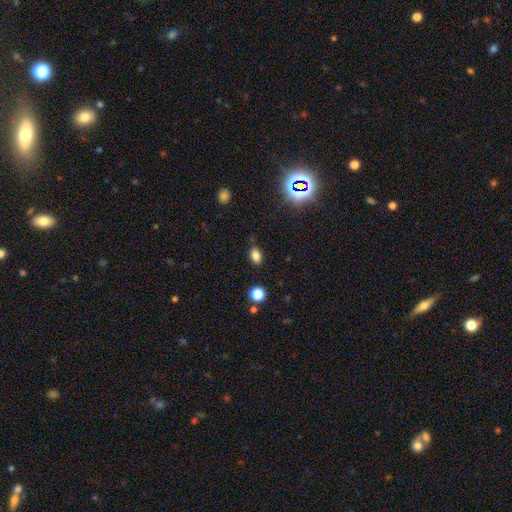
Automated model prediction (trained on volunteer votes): Overall: smooth (79%). How rounded: in between (80%). Merging: none (81%).